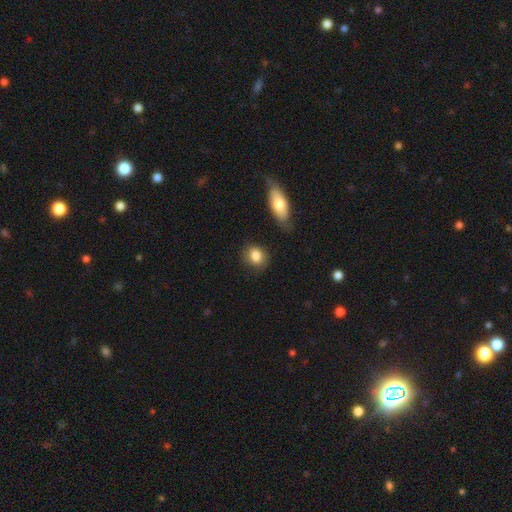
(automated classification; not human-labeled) smooth 85%, star or artifact 8%, featured or disk 7%. Down the decision tree: how rounded — round (61%); merging — none (78%).